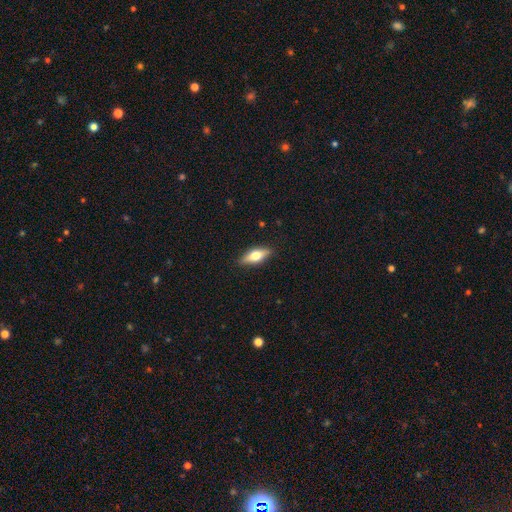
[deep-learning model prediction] smooth-or-featured: smooth: 53% | featured or disk: 40% | star or artifact: 7%
  how-rounded: in between: 62% | cigar-shaped: 35% | round: 3%
  merging: none: 88% | minor disturbance: 9% | major disturbance: 2% | merger: 1%